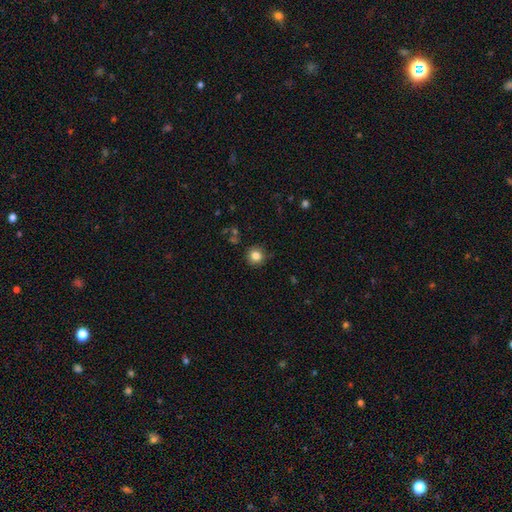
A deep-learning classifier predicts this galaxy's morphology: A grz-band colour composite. It shows a smooth galaxy with no disk features (83%) that is round (92%). Merging: none (87%).